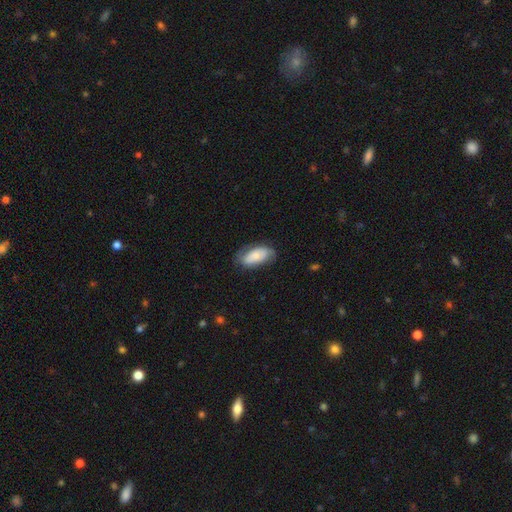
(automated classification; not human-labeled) Smooth or featured: smooth — 62% (featured or disk — 31%)
How rounded: in between — 91% (cigar-shaped — 6%)
Merging: none — 64% (minor disturbance — 26%)